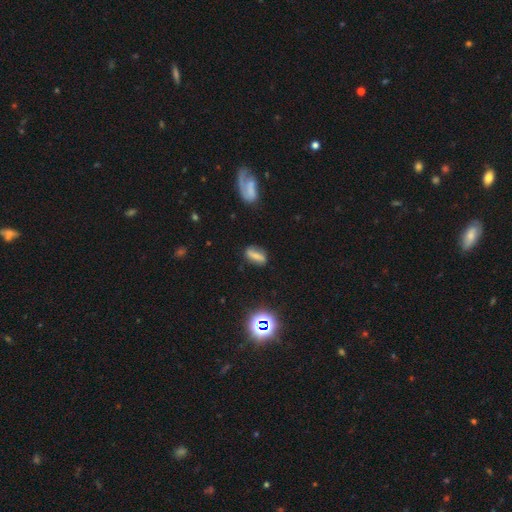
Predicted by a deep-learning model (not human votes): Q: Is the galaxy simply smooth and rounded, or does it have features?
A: smooth — 57%.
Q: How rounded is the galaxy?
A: in between — 67%.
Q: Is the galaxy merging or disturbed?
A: none — 78%.